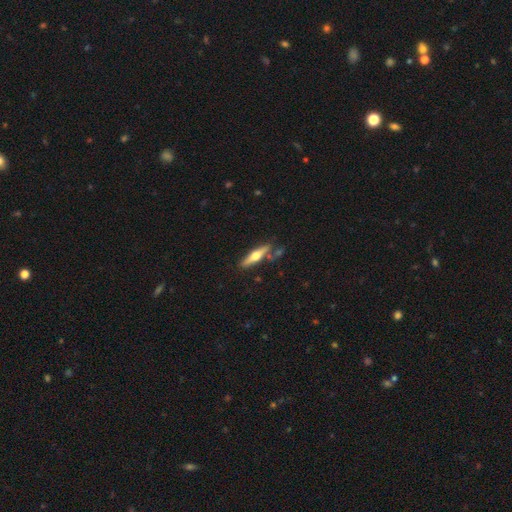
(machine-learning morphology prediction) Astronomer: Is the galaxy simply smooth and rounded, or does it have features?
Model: featured or disk — 60%.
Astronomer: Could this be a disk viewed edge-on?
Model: yes — 95%.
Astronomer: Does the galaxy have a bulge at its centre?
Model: rounded — 94%.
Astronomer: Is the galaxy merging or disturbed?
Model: none — 77%.